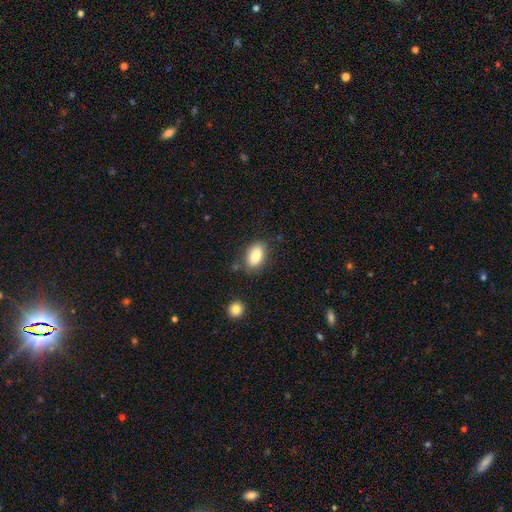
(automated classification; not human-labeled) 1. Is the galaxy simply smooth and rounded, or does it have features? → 85% smooth, 8% star or artifact, 7% featured or disk.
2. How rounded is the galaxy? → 90% in between, 7% round, 3% cigar-shaped.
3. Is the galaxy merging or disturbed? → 79% none, 14% minor disturbance, 4% major disturbance, 3% merger.